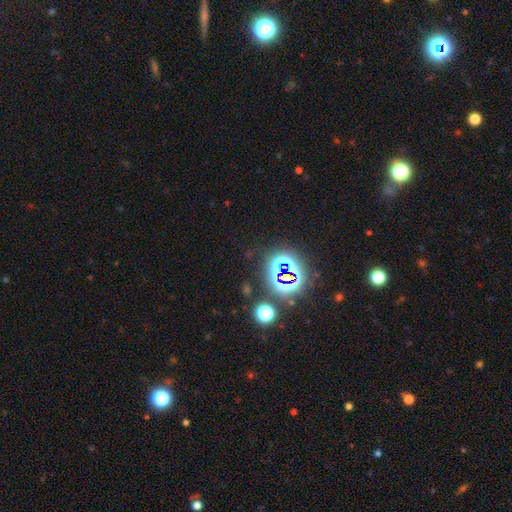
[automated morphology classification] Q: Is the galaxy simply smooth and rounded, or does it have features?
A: star or artifact — 82%.